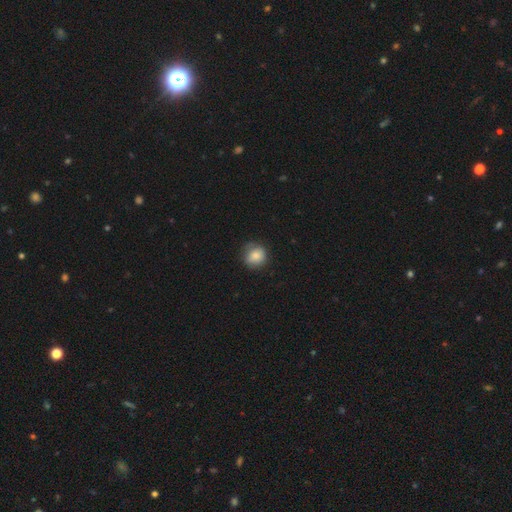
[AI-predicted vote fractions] smooth_or_featured: smooth (p=0.80) [alt: featured or disk p=0.11]
how_rounded: round (p=0.82) [alt: in between p=0.17]
merging: none (p=0.74) [alt: minor disturbance p=0.20]